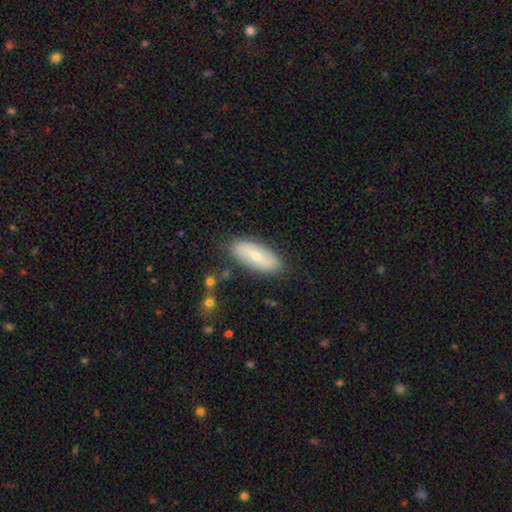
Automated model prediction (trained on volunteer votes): Q: Smooth or featured?
A: smooth (59%); runner-up: featured or disk (35%)
Q: How rounded?
A: in between (77%); runner-up: cigar-shaped (21%)
Q: Merging?
A: none (86%); runner-up: minor disturbance (10%)